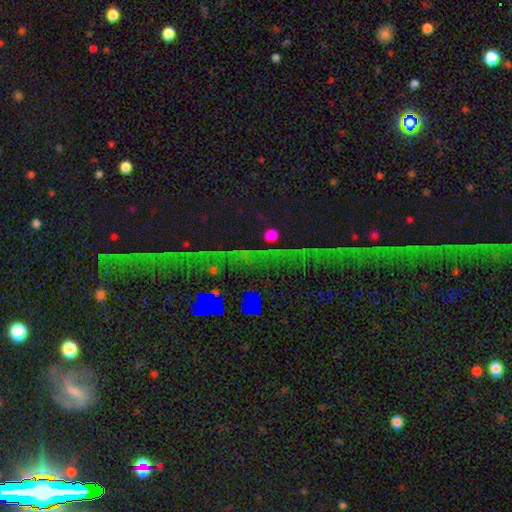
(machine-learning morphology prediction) Smooth or featured? star or artifact (83%)